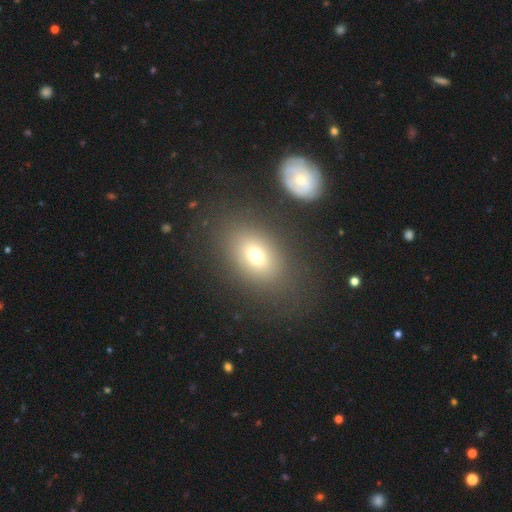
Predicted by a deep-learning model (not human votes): Overall: smooth (69%). How rounded: in between (74%). Merging: none (76%).